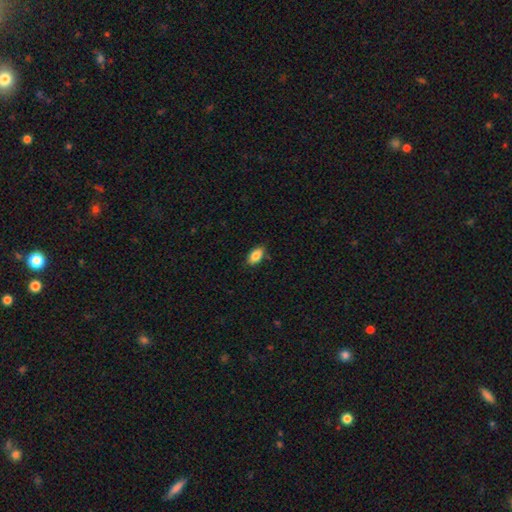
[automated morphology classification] Smooth or featured?
  - smooth: 86% *
  - featured or disk: 7%
  - star or artifact: 7%
How rounded?
  - in between: 91% *
  - cigar-shaped: 5%
  - round: 4%
Merging?
  - none: 85% *
  - minor disturbance: 11%
  - major disturbance: 2%
  - merger: 1%